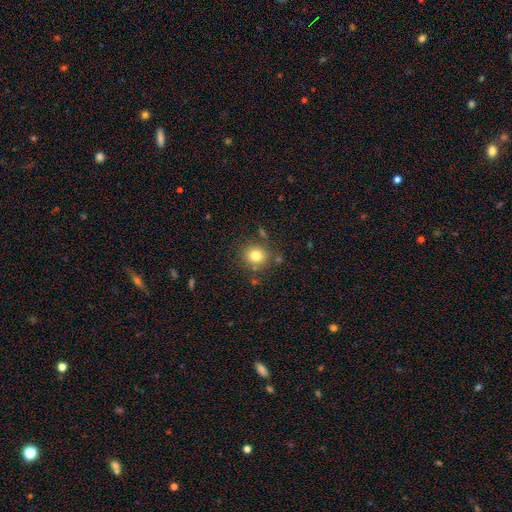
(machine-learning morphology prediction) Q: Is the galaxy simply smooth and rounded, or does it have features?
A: smooth — 80%.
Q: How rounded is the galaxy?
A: round — 82%.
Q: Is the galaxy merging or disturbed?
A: none — 81%.